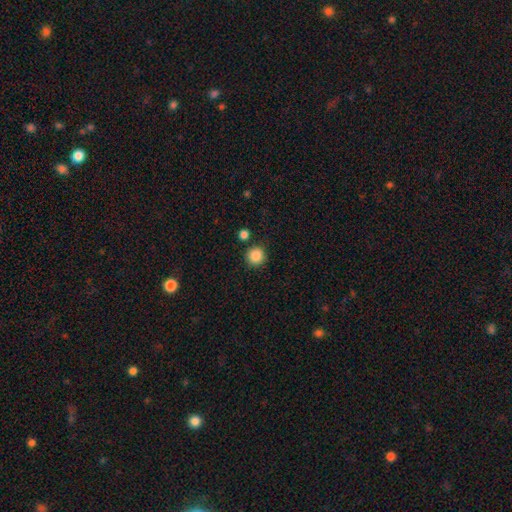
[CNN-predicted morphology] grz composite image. It shows a smooth galaxy with no disk features (87%) that is round (94%). Merging: none (85%).